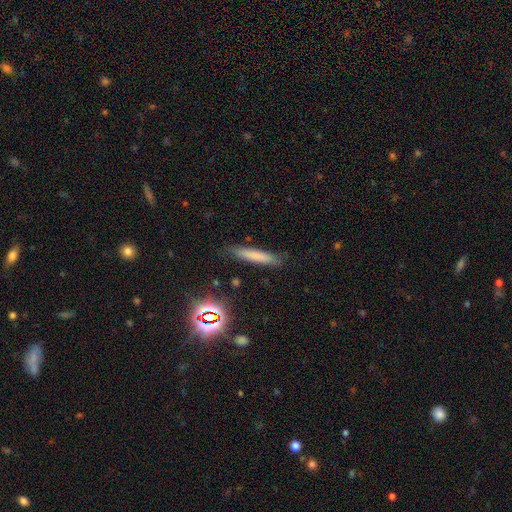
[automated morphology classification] A smooth galaxy with no disk features (70%) that is cigar-shaped (91%). Merging: none (84%).